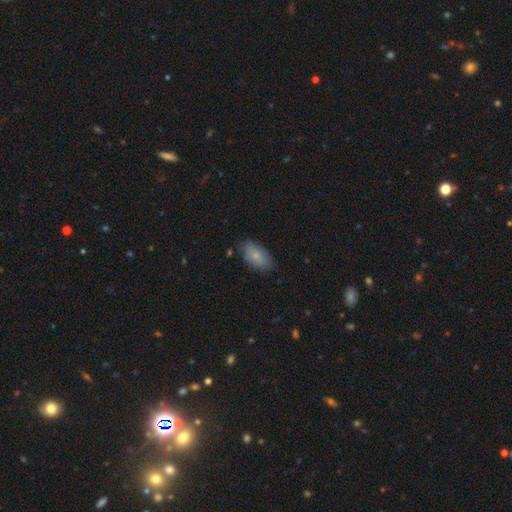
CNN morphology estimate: Smooth or featured?
  - smooth: 78% *
  - featured or disk: 15%
  - star or artifact: 7%
How rounded?
  - in between: 92% *
  - cigar-shaped: 4%
  - round: 4%
Merging?
  - none: 80% *
  - minor disturbance: 15%
  - major disturbance: 3%
  - merger: 1%